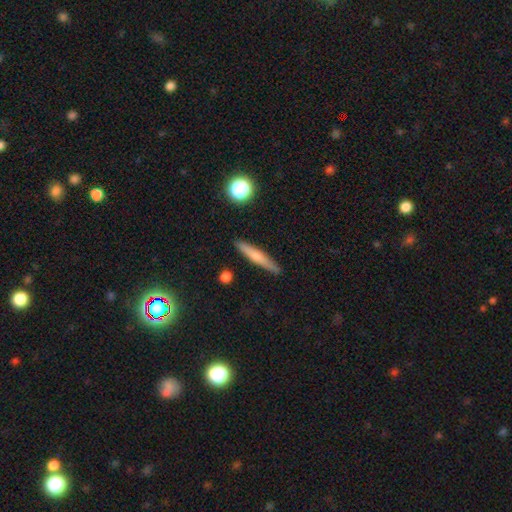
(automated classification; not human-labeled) Smooth or featured? smooth (56%)
How rounded? cigar-shaped (92%)
Merging? none (89%)